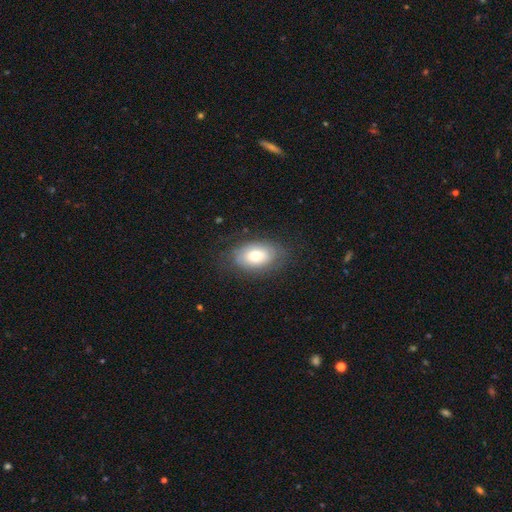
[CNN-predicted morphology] A smooth galaxy with no disk features (63%) that is in between round and cigar-shaped (90%).

Vote fractions:
- Smooth or featured? smooth: 63% / featured or disk: 29% / star or artifact: 8%
- How rounded? in between: 90% / round: 8% / cigar-shaped: 1%
- Merging? none: 76% / minor disturbance: 17% / major disturbance: 7% / merger: 1%